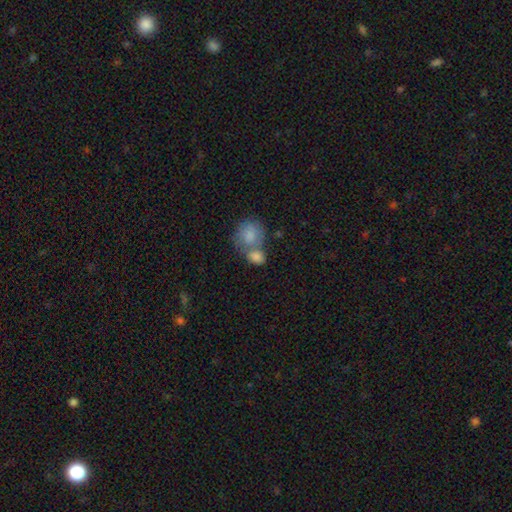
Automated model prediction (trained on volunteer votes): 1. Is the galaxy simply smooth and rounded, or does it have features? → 80% smooth, 13% featured or disk, 7% star or artifact.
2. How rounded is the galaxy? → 54% round, 45% in between, 1% cigar-shaped.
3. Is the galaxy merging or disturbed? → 60% merger, 26% none, 10% minor disturbance, 5% major disturbance.